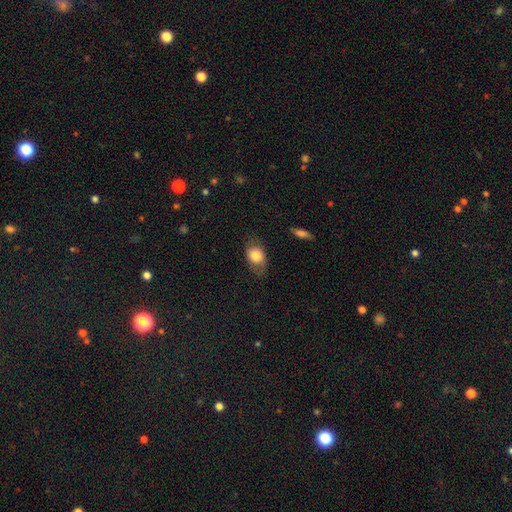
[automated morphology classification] This appears to be a smooth galaxy with no disk features (78%) that is in between round and cigar-shaped (77%). Merging: none (72%).